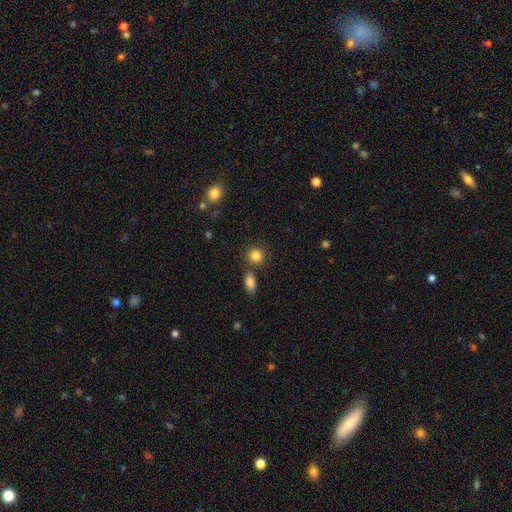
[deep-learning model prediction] smooth_or_featured: smooth (p=0.85) [alt: star or artifact p=0.10]
how_rounded: round (p=0.84) [alt: in between p=0.15]
merging: none (p=0.73) [alt: merger p=0.15]